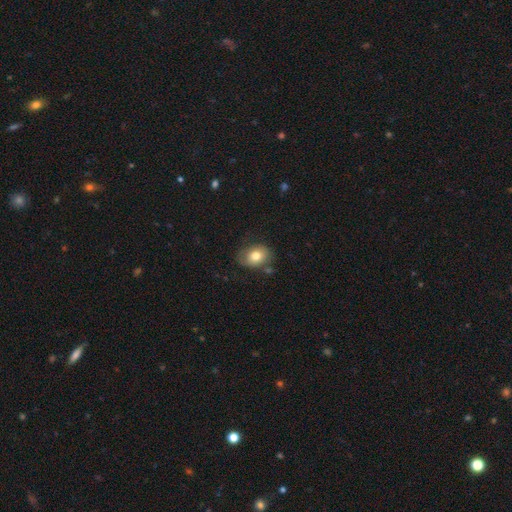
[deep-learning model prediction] Overall: smooth (76%). How rounded: in between (66%; round 33%). Merging: none (67%).